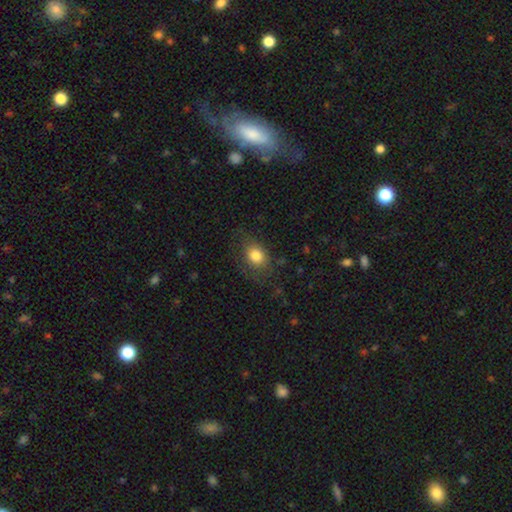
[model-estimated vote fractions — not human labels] A smooth galaxy with no disk features (81%) that is in between round and cigar-shaped (60%). Merging: none (70%).